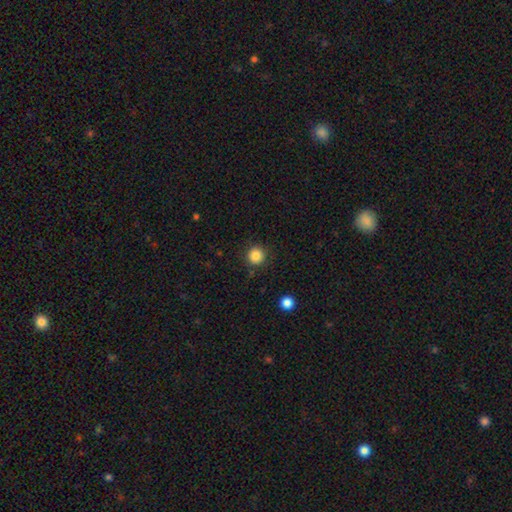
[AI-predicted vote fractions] Morphology: type=smooth (85%); roundness=round (94%); merging=none (89%).